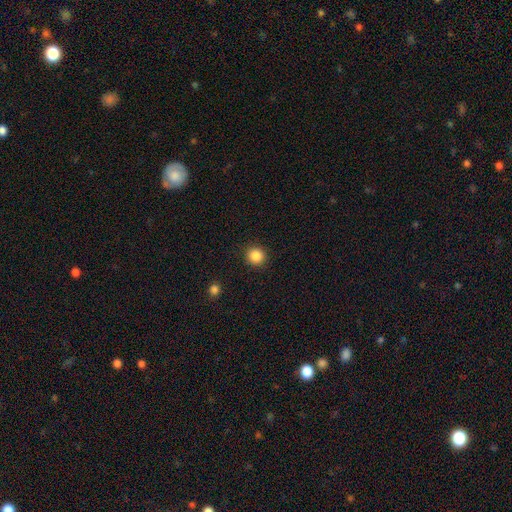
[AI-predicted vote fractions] smooth_or_featured: smooth (p=0.86) [alt: star or artifact p=0.10]
how_rounded: round (p=0.93) [alt: in between p=0.06]
merging: none (p=0.92) [alt: minor disturbance p=0.05]